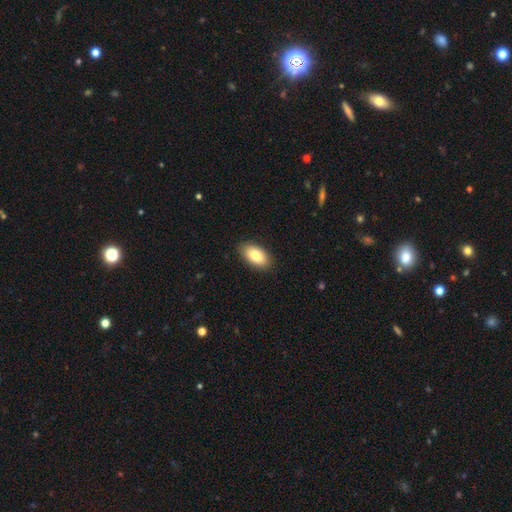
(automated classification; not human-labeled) A smooth galaxy with no disk features (83%) that is in between round and cigar-shaped (94%).

Vote fractions:
- Smooth or featured? smooth: 83% / featured or disk: 10% / star or artifact: 7%
- How rounded? in between: 94% / round: 3% / cigar-shaped: 3%
- Merging? none: 88% / minor disturbance: 9% / major disturbance: 2% / merger: 1%